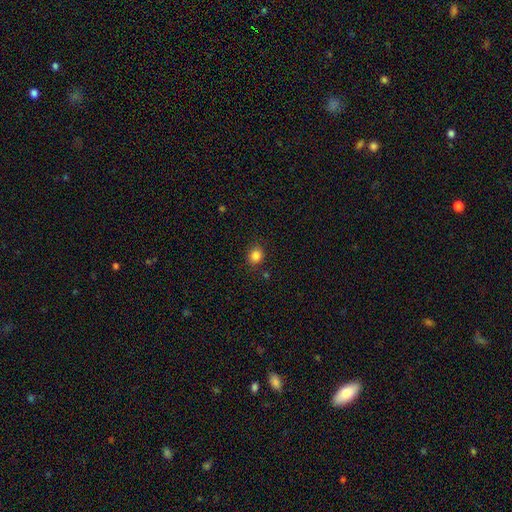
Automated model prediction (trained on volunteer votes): A smooth galaxy with no disk features (85%) that is round (74%). Merging: none (86%).